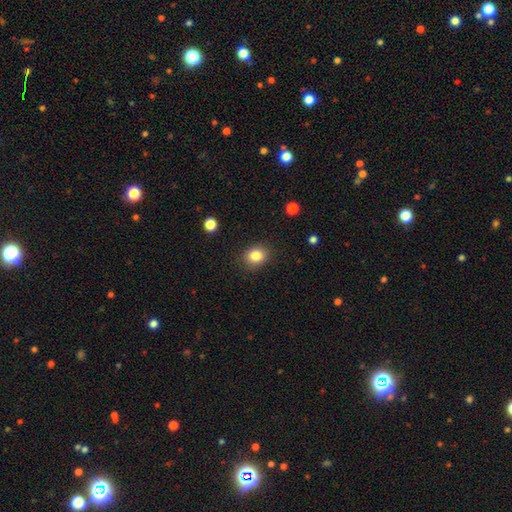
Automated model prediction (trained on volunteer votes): Smooth or featured? smooth (83%)
How rounded? round (60%)
Merging? none (88%)